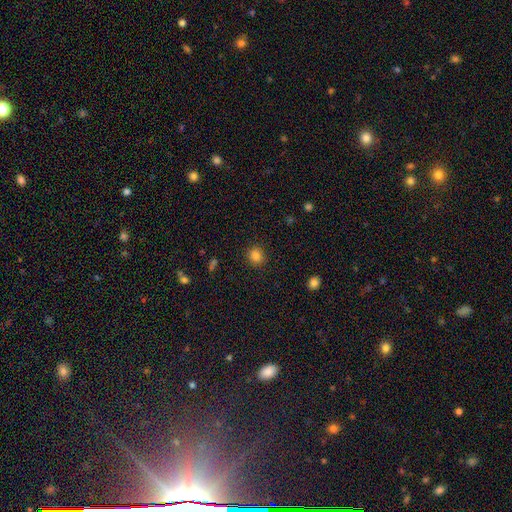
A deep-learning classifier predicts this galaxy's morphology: Smooth or featured? Predicted: smooth (p=0.84). How rounded? Predicted: round (p=0.80). Merging? Predicted: none (p=0.89).